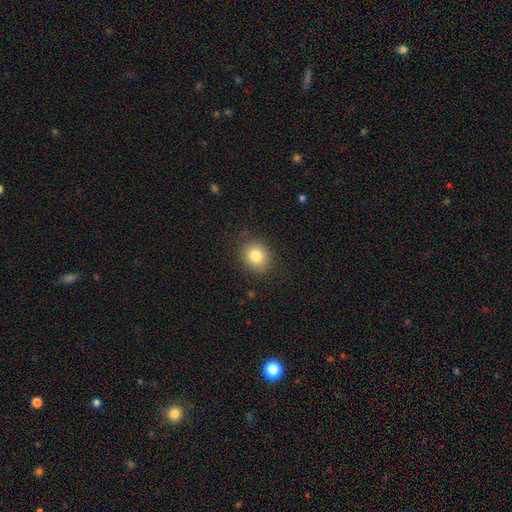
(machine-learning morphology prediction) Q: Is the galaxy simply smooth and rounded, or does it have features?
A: smooth — 81%.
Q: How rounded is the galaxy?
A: round — 67%.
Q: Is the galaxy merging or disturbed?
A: none — 86%.